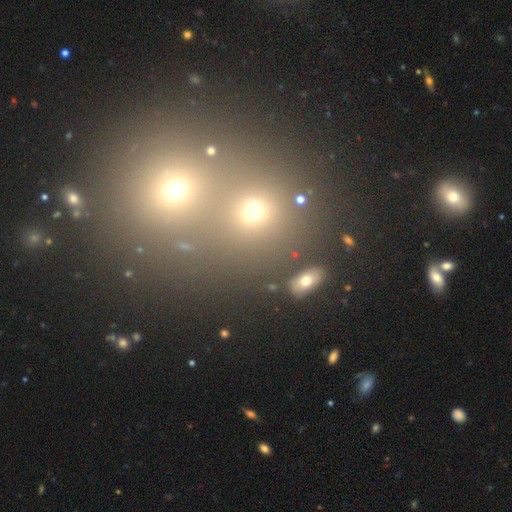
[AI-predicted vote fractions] This appears to be a smooth galaxy with no disk features (53%) that is round (76%). Merging: none (51%).